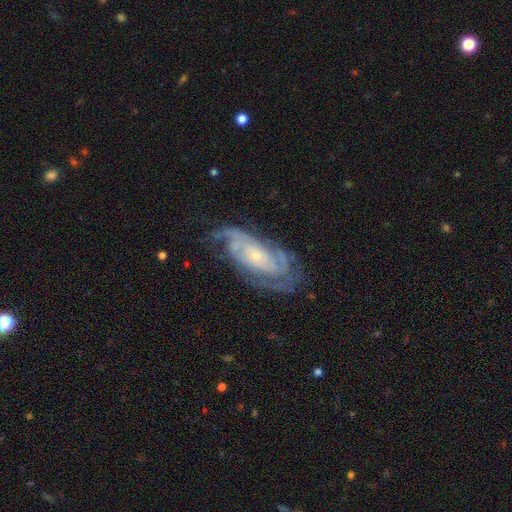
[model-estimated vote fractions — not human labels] featured or disk 85%, smooth 9%, star or artifact 6%. Down the decision tree: edge-on disk — no (93%); bar — no (72%); spiral arms — yes (95%); spiral arm count — can't tell (31%); spiral winding — tight (65%); bulge size — small (73%); merging — none (69%).